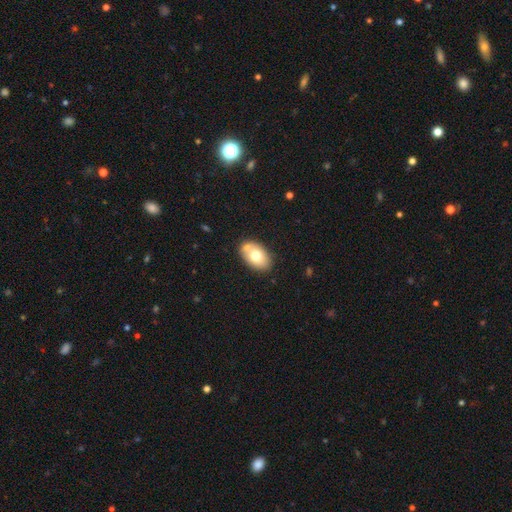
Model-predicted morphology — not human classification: Smooth or featured: smooth — 69% (featured or disk — 24%)
How rounded: in between — 87% (round — 12%)
Merging: none — 64% (merger — 18%)